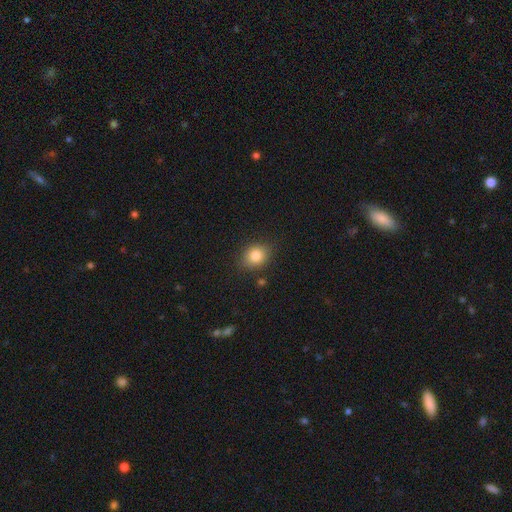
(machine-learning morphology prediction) type=smooth (83%); roundness=round (56%); merging=none (83%).